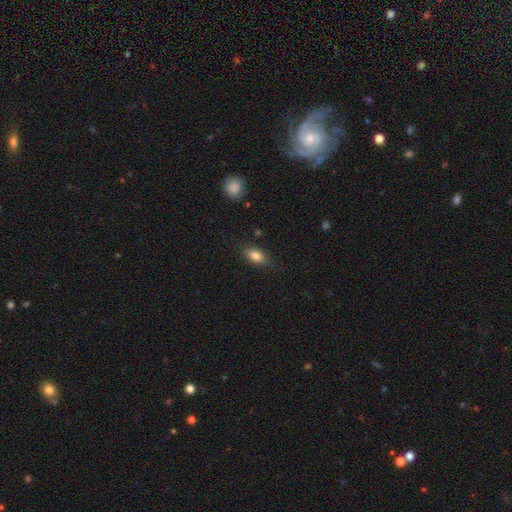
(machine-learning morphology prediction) This appears to be a smooth galaxy with no disk features (81%) that is in between round and cigar-shaped (85%). Merging: none (80%).